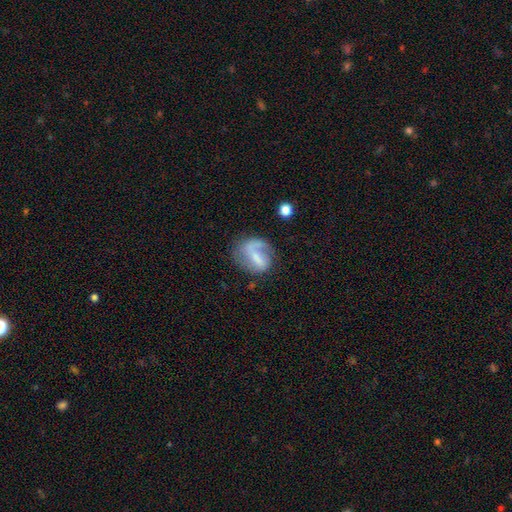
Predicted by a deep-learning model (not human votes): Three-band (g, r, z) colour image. It shows a featured or disk galaxy (59%) with a weak bar (43%), spiral arms (74%) and no central bulge (40%). Merging: none (49%).